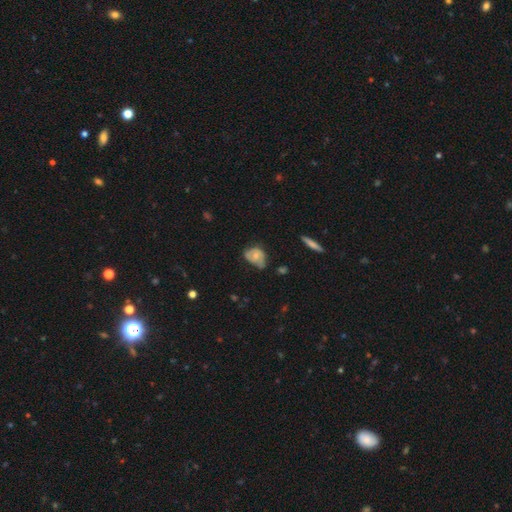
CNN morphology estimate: A smooth galaxy with no disk features (55%) that is in between round and cigar-shaped (67%).

Vote fractions:
- Smooth or featured? smooth: 55% / featured or disk: 37% / star or artifact: 8%
- How rounded? in between: 67% / round: 32% / cigar-shaped: 2%
- Merging? minor disturbance: 45% / none: 34% / major disturbance: 18% / merger: 3%